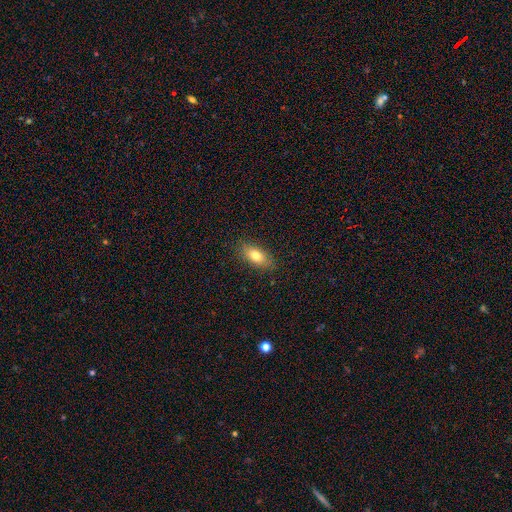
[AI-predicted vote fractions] smooth-or-featured: smooth: 77% | featured or disk: 15% | star or artifact: 8%
  how-rounded: in between: 84% | cigar-shaped: 10% | round: 6%
  merging: none: 86% | minor disturbance: 11% | major disturbance: 3% | merger: 1%